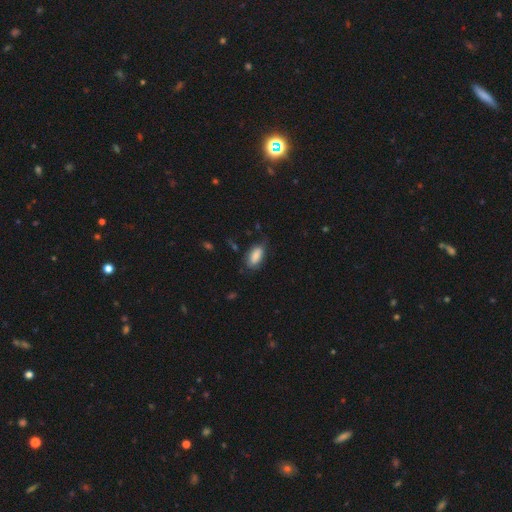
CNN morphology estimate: The model was most divided on "merging": none: 58%, minor disturbance: 31%, major disturbance: 9%, merger: 2%. More confident: how rounded — in between (91%); smooth or featured — smooth (81%).